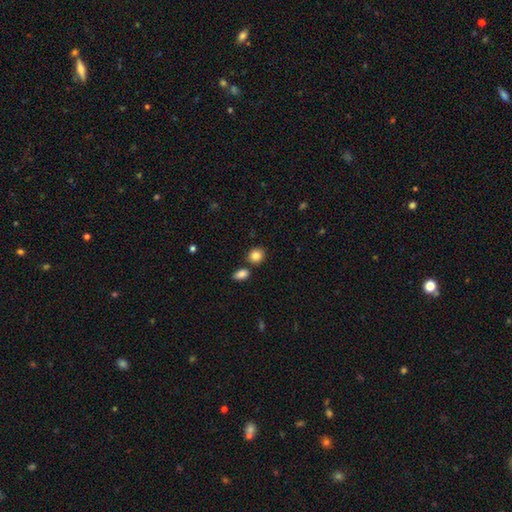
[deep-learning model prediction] The model was most divided on "how rounded": round: 73%, in between: 26%, cigar-shaped: 1%. More confident: smooth or featured — smooth (86%); merging — none (76%).